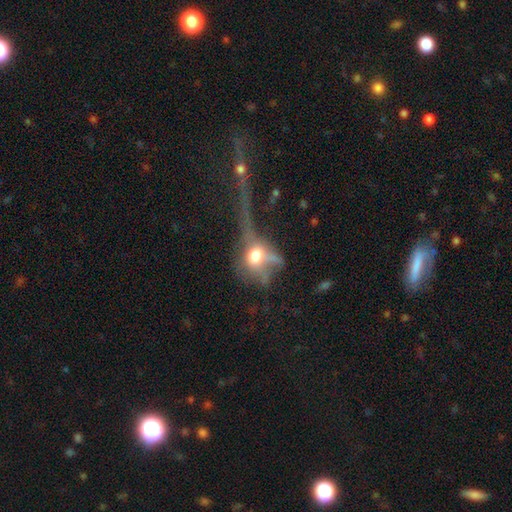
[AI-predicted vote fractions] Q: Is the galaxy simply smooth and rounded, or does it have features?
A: smooth — 52%.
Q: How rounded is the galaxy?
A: round — 48%.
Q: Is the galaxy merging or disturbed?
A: major disturbance — 53%.